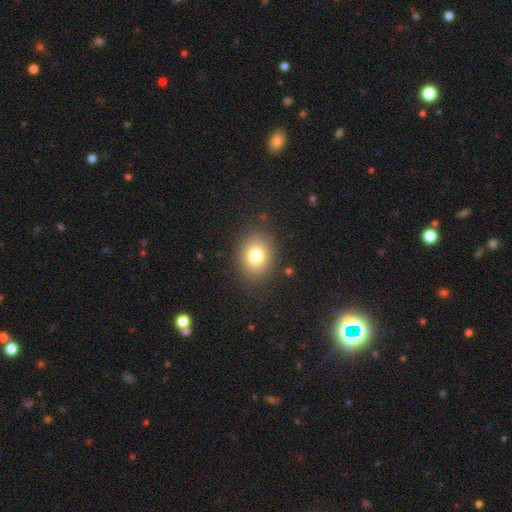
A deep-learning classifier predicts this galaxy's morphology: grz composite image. It shows a smooth galaxy with no disk features (79%) that is in between round and cigar-shaped (52%). Merging: none (85%).